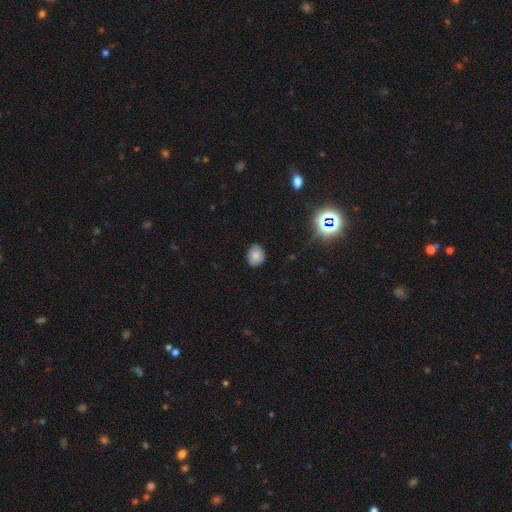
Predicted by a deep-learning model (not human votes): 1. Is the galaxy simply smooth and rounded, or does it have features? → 77% smooth, 12% star or artifact, 11% featured or disk.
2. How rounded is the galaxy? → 52% round, 47% in between, 1% cigar-shaped.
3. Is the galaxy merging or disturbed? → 81% none, 15% minor disturbance, 3% major disturbance, 1% merger.